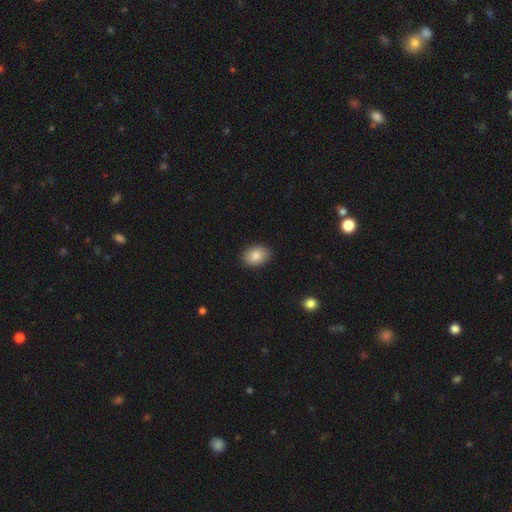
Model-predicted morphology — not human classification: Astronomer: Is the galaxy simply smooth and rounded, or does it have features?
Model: smooth — 86%.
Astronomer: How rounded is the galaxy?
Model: in between — 77%.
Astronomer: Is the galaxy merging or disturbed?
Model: none — 88%.